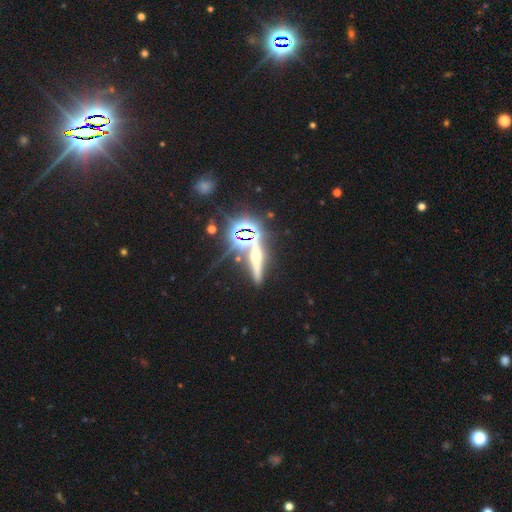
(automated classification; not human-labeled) Q: Smooth or featured?
A: featured or disk (44%); runner-up: star or artifact (38%)
Q: Merging?
A: none (74%); runner-up: minor disturbance (12%)